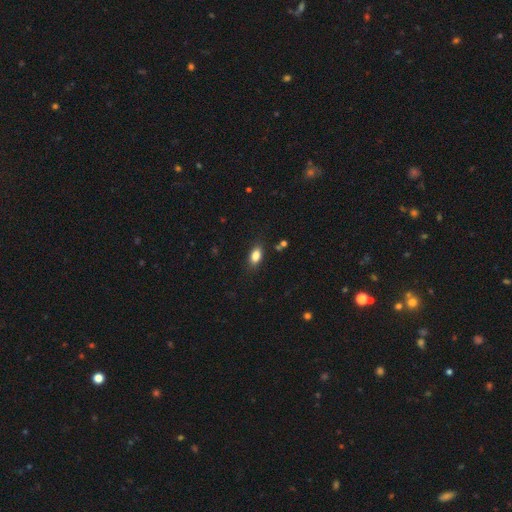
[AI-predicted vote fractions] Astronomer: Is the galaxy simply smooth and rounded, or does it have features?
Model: smooth — 85%.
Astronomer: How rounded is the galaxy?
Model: in between — 86%.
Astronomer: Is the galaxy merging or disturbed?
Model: none — 83%.